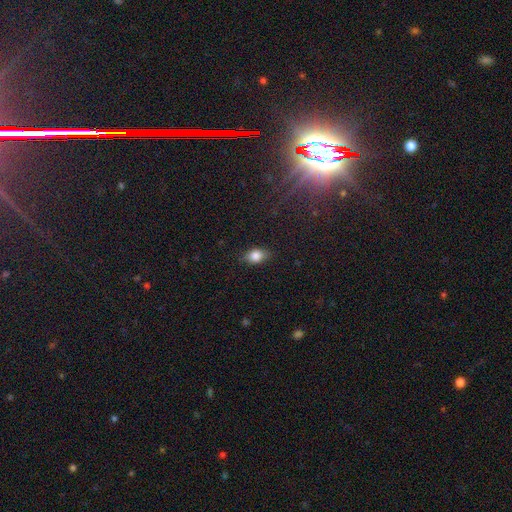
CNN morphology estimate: smooth_or_featured: smooth (p=0.81) [alt: featured or disk p=0.10]
how_rounded: in between (p=0.79) [alt: round p=0.18]
merging: none (p=0.82) [alt: minor disturbance p=0.14]